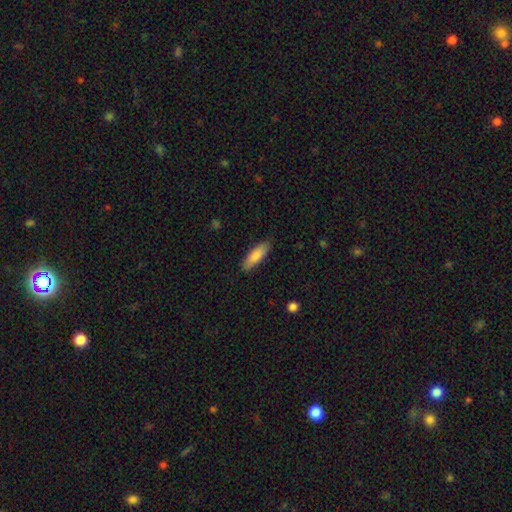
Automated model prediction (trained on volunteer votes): Smooth or featured: smooth — 80% (featured or disk — 14%)
How rounded: in between — 52% (cigar-shaped — 47%)
Merging: none — 86% (minor disturbance — 11%)